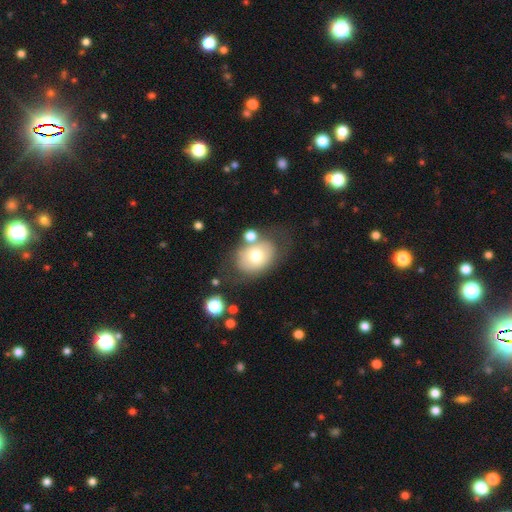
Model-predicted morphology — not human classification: A smooth galaxy with no disk features (65%) that is in between round and cigar-shaped (63%). Merging: none (60%).